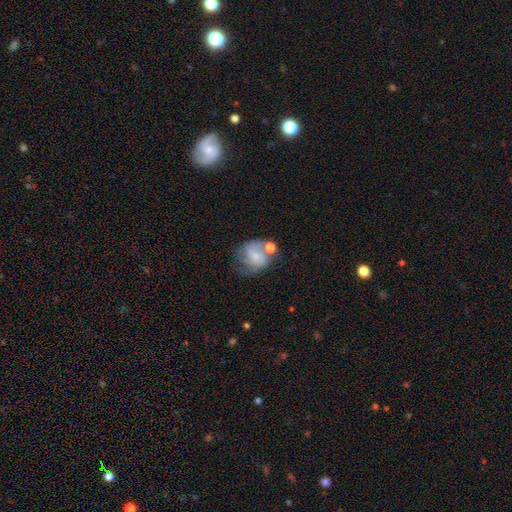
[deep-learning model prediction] This is possibly a featured or disk galaxy (55%). It is clearly not viewed edge-on (98%). Bar: possibly no (58%). Spiral arm pattern: clearly yes (83%). Central bulge: likely small (62%). Merging: marginally none (42%).